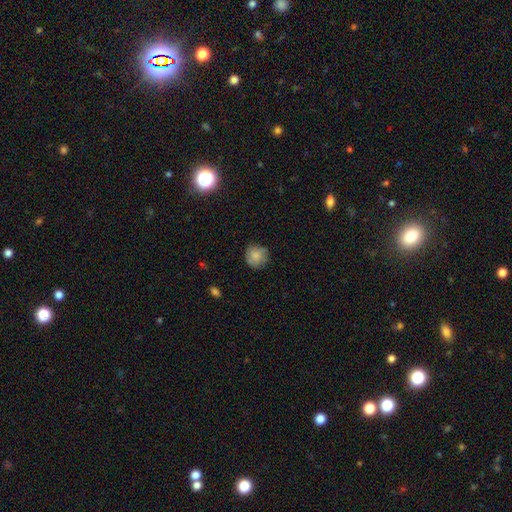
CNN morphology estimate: The model was most divided on "smooth or featured": smooth: 76%, featured or disk: 16%, star or artifact: 8%. More confident: how rounded — round (89%); merging — none (78%).